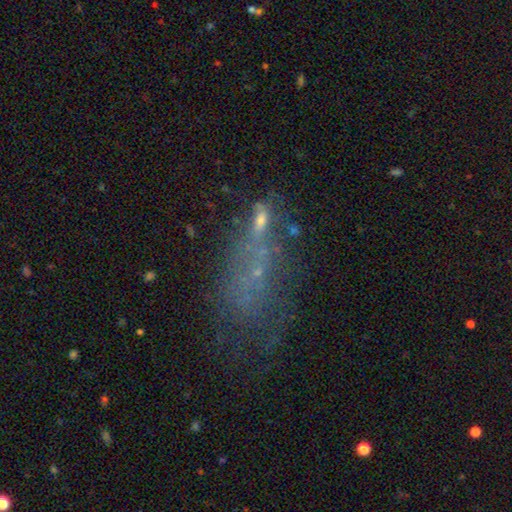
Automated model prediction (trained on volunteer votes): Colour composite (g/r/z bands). It shows a star or artifact, not a galaxy (35%).